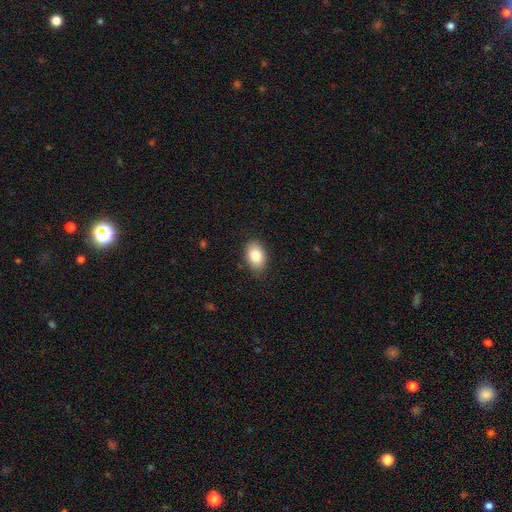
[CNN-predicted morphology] Smooth or featured? smooth (84%)
How rounded? in between (85%)
Merging? none (85%)